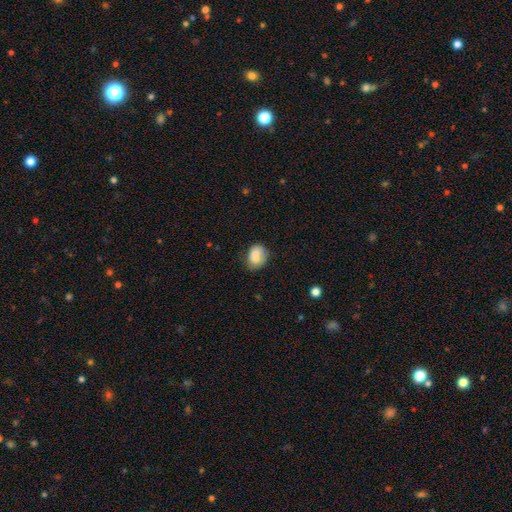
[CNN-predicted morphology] Overall: smooth (71%). How rounded: in between (55%; round 44%). Merging: none (44%; merger 30%).